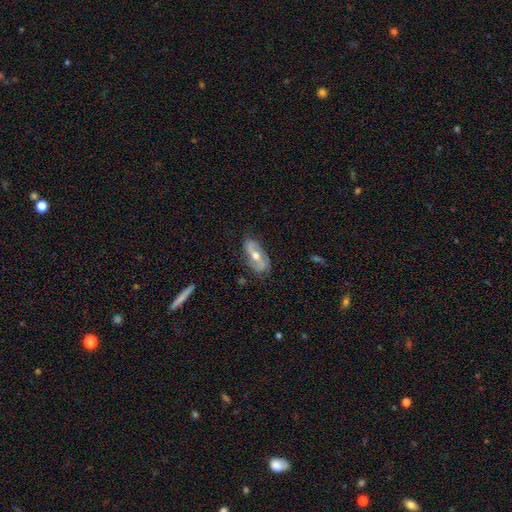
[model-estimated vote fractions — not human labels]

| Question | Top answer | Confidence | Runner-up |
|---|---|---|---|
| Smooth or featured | featured or disk | 69% | smooth (25%) |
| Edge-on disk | no | 86% | yes (14%) |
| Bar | no | 39% | weak (34%) |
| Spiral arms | yes | 76% | no (24%) |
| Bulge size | moderate | 75% | small (17%) |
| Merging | none | 76% | minor disturbance (18%) |